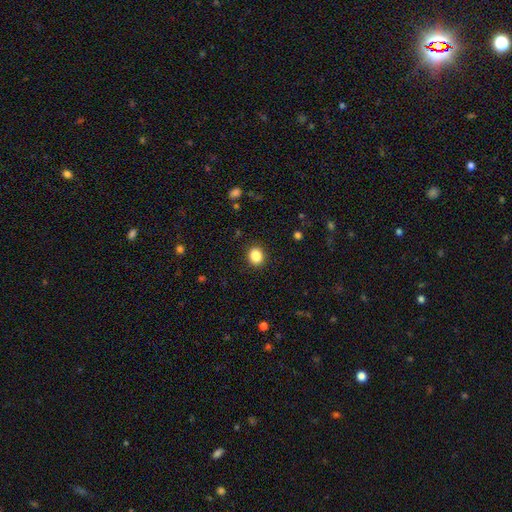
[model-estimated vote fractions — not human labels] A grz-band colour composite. It shows a smooth galaxy with no disk features (87%) that is round (60%). Merging: none (89%).